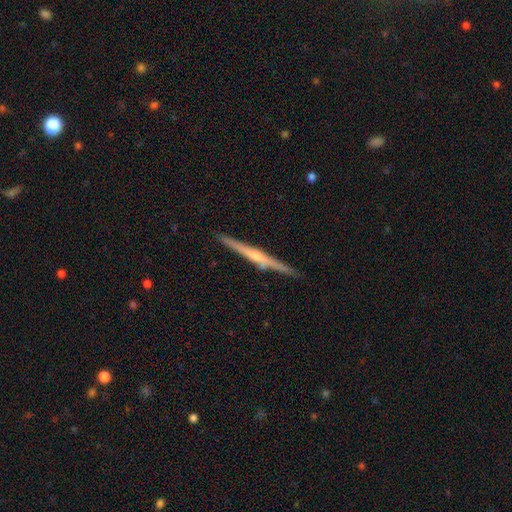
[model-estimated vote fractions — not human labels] Smooth or featured?
  - featured or disk: 82% *
  - smooth: 13%
  - star or artifact: 6%
Edge-on disk?
  - yes: 98% *
  - no: 2%
Edge-on bulge?
  - rounded: 77% *
  - none: 14%
  - boxy: 9%
Merging?
  - none: 92% *
  - minor disturbance: 6%
  - major disturbance: 1%
  - merger: 1%